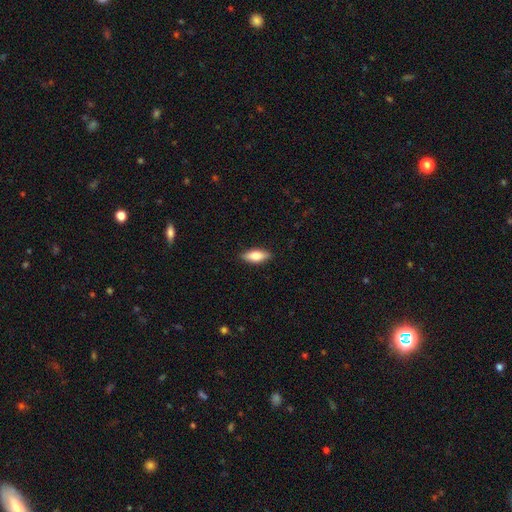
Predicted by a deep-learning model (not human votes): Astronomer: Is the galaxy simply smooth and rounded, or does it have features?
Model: smooth — 76%.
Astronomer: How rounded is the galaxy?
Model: in between — 75%.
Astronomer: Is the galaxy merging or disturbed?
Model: none — 88%.